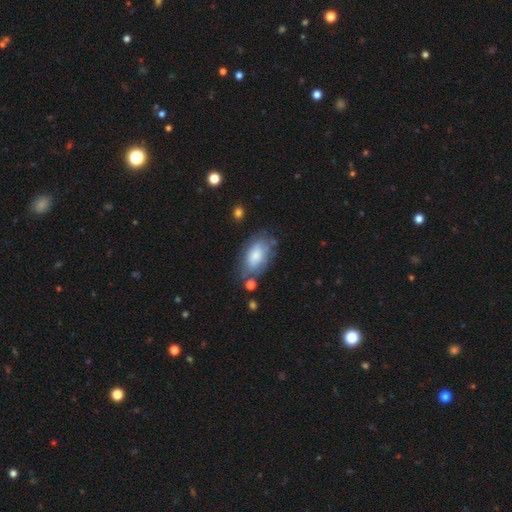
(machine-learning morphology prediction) Smooth or featured?
  - smooth: 66% *
  - featured or disk: 27%
  - star or artifact: 7%
How rounded?
  - in between: 92% *
  - round: 5%
  - cigar-shaped: 2%
Merging?
  - none: 61% *
  - minor disturbance: 23%
  - major disturbance: 9%
  - merger: 6%